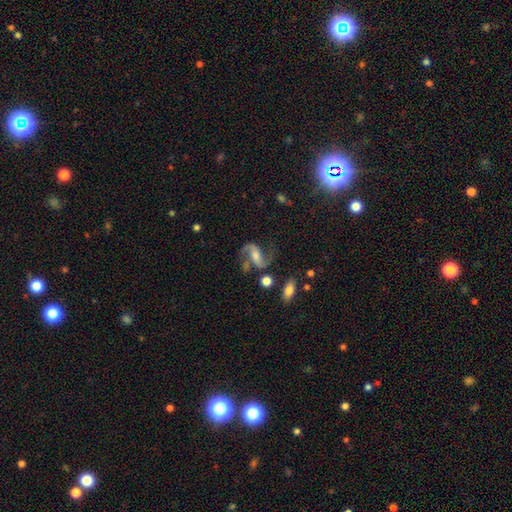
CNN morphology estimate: This appears to be a featured or disk galaxy (87%) with a weak bar (38%), 2 (93%) loose (56%) spiral arms (97%) and a moderate central bulge (42%). Merging: none (66%).